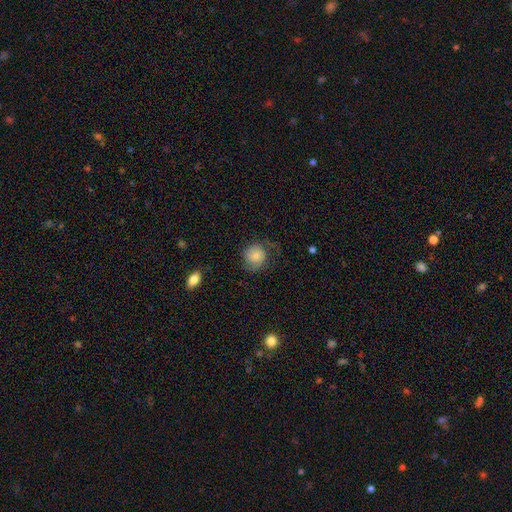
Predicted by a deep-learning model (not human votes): A smooth galaxy with no disk features (66%) that is round (82%). Merging: none (56%).